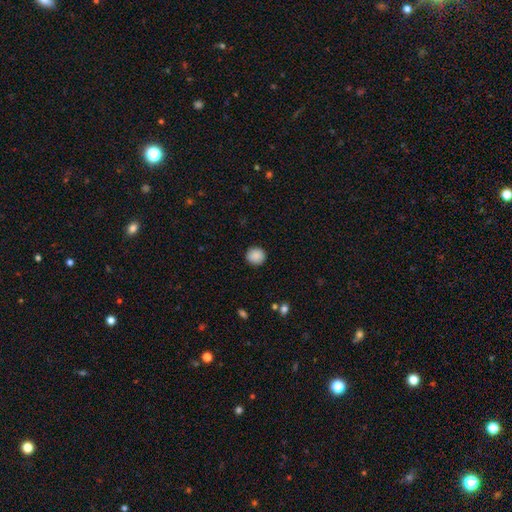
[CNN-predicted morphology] Smooth or featured?
  - smooth: 89% *
  - star or artifact: 8%
  - featured or disk: 3%
How rounded?
  - round: 90% *
  - in between: 9%
  - cigar-shaped: 1%
Merging?
  - none: 91% *
  - minor disturbance: 6%
  - major disturbance: 2%
  - merger: 1%